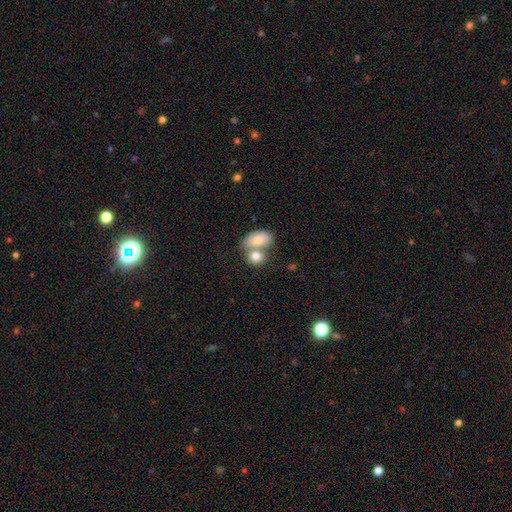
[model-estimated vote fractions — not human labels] smooth_or_featured: smooth (p=0.79) [alt: featured or disk p=0.13]
how_rounded: in between (p=0.60) [alt: round p=0.38]
merging: merger (p=0.58) [alt: none p=0.30]